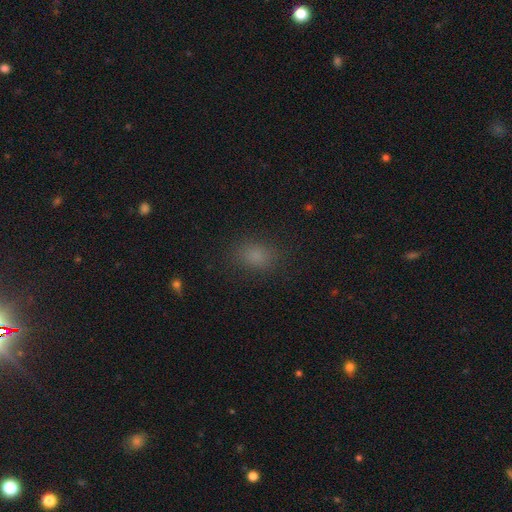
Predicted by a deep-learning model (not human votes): smooth 79%, star or artifact 16%, featured or disk 5%. Down the decision tree: how rounded — in between (66%); merging — none (83%).